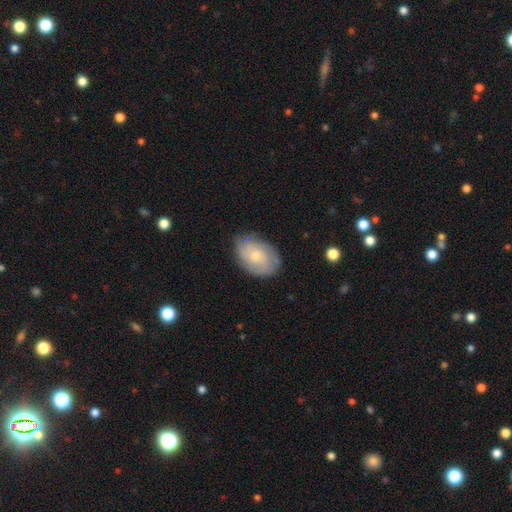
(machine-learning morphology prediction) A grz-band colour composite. It shows a featured or disk galaxy (67%) with no bar (76%), tight (65%) spiral arms (90%) and a small central bulge (61%). Merging: none (76%).